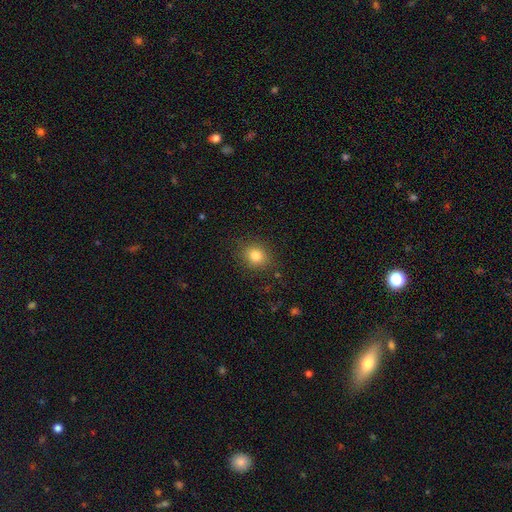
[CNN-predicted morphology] This appears to be a smooth galaxy with no disk features (82%) that is round (76%). Merging: none (86%).